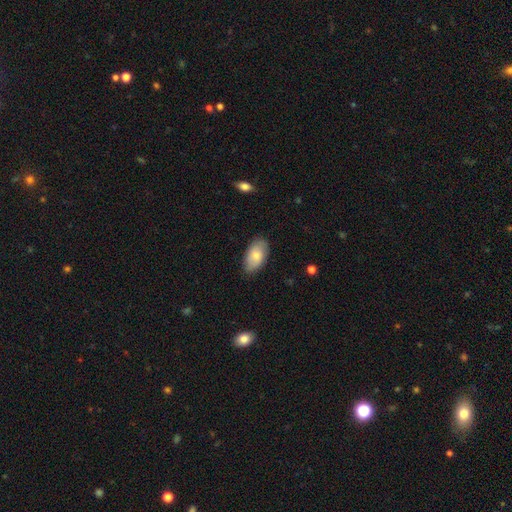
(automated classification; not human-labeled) Smooth or featured? smooth (74%)
How rounded? in between (94%)
Merging? none (80%)